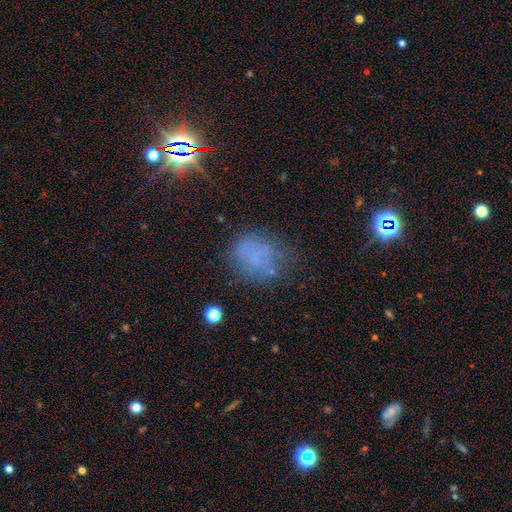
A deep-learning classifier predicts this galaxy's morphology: Smooth or featured? smooth (52%)
How rounded? round (58%)
Merging? none (56%)